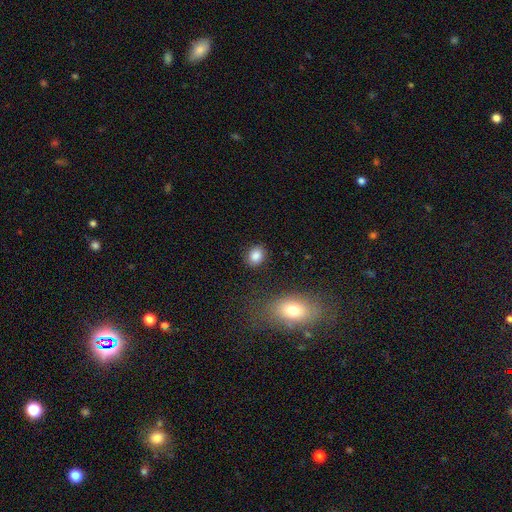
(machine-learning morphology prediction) A smooth galaxy with no disk features (86%) that is round (57%). Merging: none (87%).